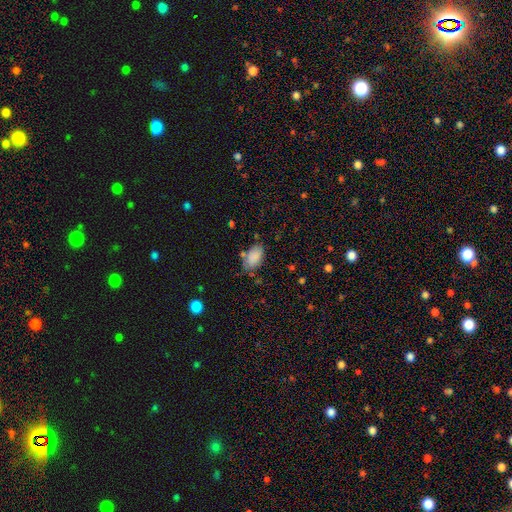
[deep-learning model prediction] Smooth or featured? smooth (84%)
How rounded? in between (92%)
Merging? none (70%)